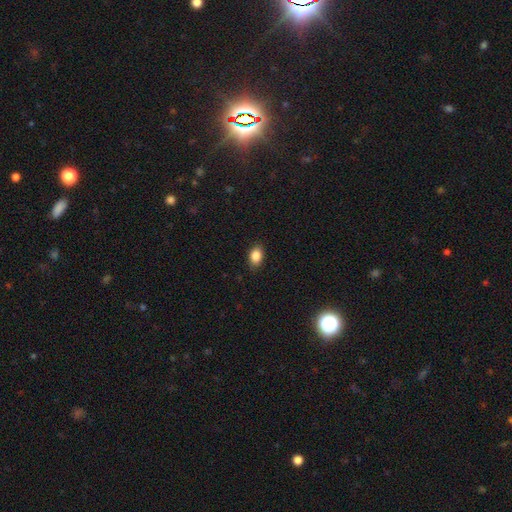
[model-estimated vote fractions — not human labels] The model was most divided on "how rounded": in between: 80%, round: 19%, cigar-shaped: 1%. More confident: merging — none (87%); smooth or featured — smooth (86%).